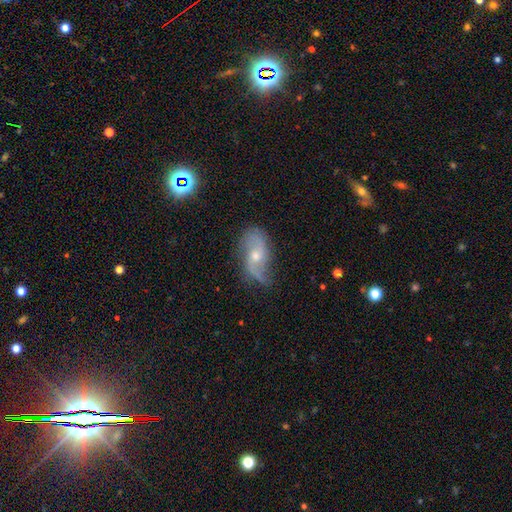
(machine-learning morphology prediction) smooth_or_featured: featured or disk (p=0.79) [alt: smooth p=0.12]
disk_edge_on: no (p=0.95) [alt: yes p=0.05]
bar: no (p=0.59) [alt: weak p=0.34]
has_spiral_arms: yes (p=0.94) [alt: no p=0.06]
spiral_winding: loose (p=0.68) [alt: medium p=0.24]
spiral_arm_count: 2 (p=0.86) [alt: can't tell p=0.06]
bulge_size: moderate (p=0.54) [alt: small p=0.41]
merging: none (p=0.63) [alt: minor disturbance p=0.25]